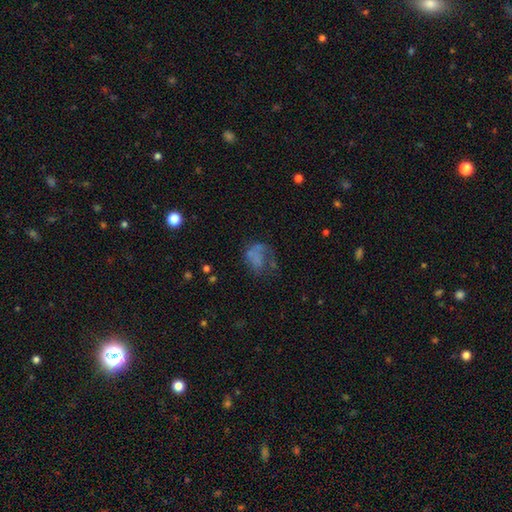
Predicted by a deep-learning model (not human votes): Overall: smooth (45%; featured or disk 39%). Merging: major disturbance (43%; none 31%).